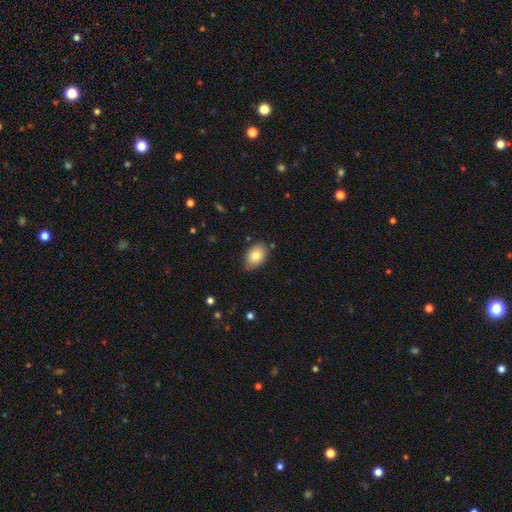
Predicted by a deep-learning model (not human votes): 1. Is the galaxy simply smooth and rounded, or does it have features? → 80% smooth, 13% featured or disk, 8% star or artifact.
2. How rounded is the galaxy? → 85% in between, 14% round, 1% cigar-shaped.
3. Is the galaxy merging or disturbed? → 80% none, 15% minor disturbance, 3% major disturbance, 2% merger.